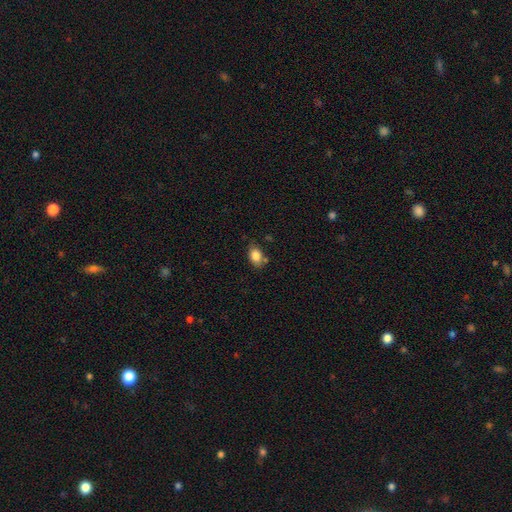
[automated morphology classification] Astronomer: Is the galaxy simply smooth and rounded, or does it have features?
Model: smooth — 84%.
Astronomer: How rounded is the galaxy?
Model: in between — 83%.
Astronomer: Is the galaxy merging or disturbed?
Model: none — 68%.